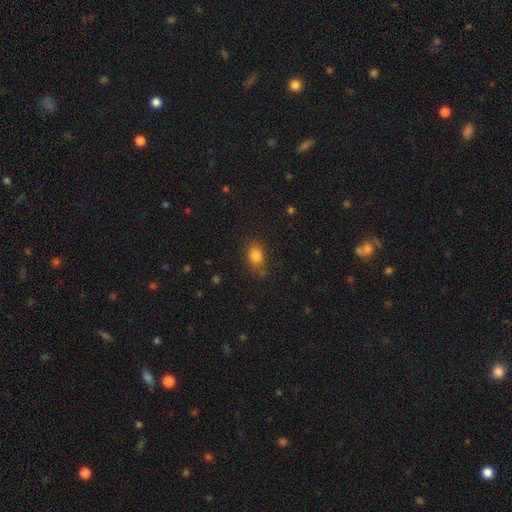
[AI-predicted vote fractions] This appears to be a smooth galaxy with no disk features (82%) that is in between round and cigar-shaped (72%). Merging: none (77%).